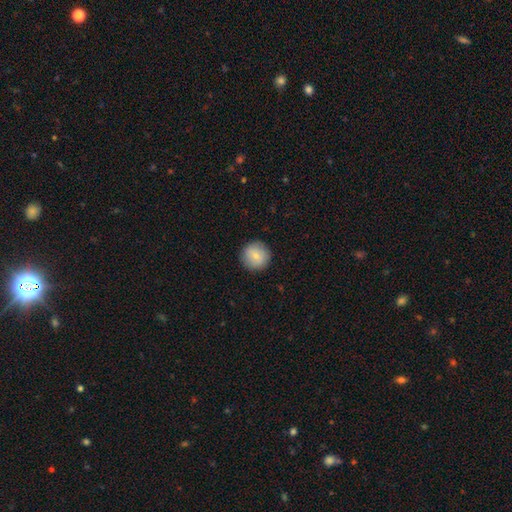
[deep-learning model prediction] Smooth or featured? Predicted: smooth (p=0.80). How rounded? Predicted: round (p=0.95). Merging? Predicted: none (p=0.90).